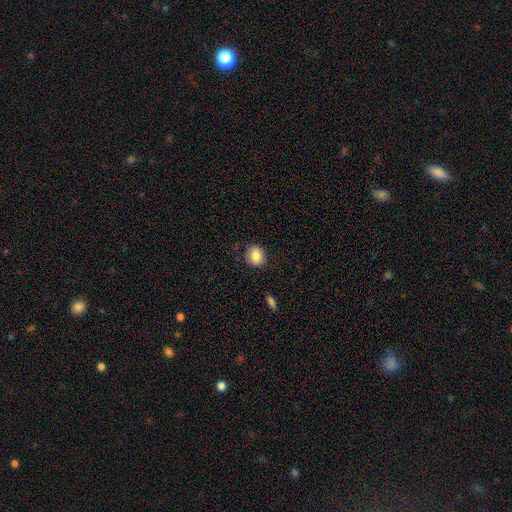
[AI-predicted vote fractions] A smooth galaxy with no disk features (84%) that is round (74%).

Vote fractions:
- Smooth or featured? smooth: 84% / star or artifact: 9% / featured or disk: 8%
- How rounded? round: 74% / in between: 25% / cigar-shaped: 1%
- Merging? none: 87% / minor disturbance: 9% / major disturbance: 2% / merger: 1%